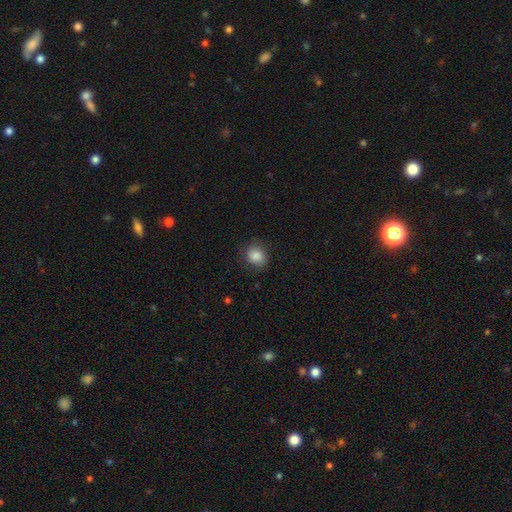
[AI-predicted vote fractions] Smooth or featured? Predicted: smooth (p=0.84). How rounded? Predicted: round (p=0.70). Merging? Predicted: none (p=0.78).